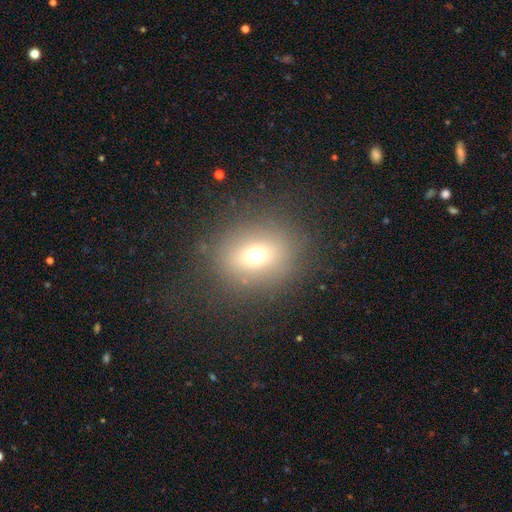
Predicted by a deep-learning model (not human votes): Q: Smooth or featured?
A: smooth (66%); runner-up: star or artifact (19%)
Q: How rounded?
A: round (70%); runner-up: in between (28%)
Q: Merging?
A: none (81%); runner-up: minor disturbance (10%)